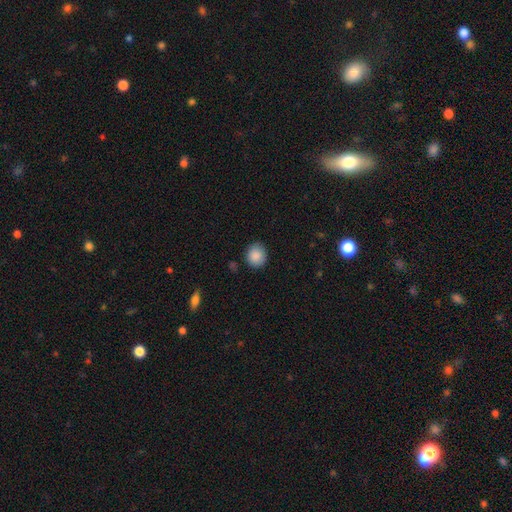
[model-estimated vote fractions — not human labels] Overall: smooth (89%). How rounded: round (79%). Merging: none (85%).